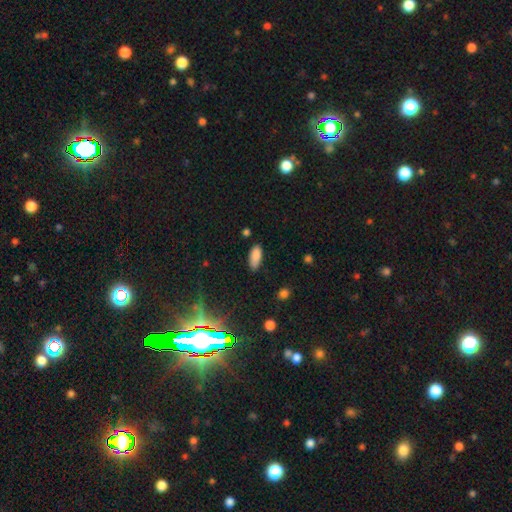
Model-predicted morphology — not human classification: smooth-or-featured: smooth: 86% | star or artifact: 8% | featured or disk: 5%
  how-rounded: in between: 84% | cigar-shaped: 15% | round: 2%
  merging: none: 78% | minor disturbance: 18% | major disturbance: 3% | merger: 2%